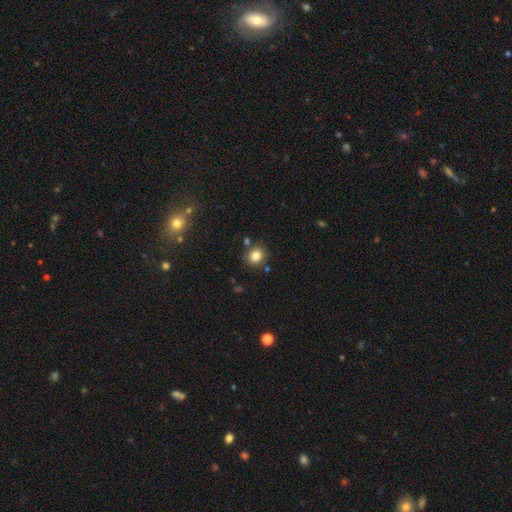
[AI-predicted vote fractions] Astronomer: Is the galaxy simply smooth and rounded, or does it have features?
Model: smooth — 82%.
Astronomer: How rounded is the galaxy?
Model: round — 79%.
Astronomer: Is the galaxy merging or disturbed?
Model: none — 80%.